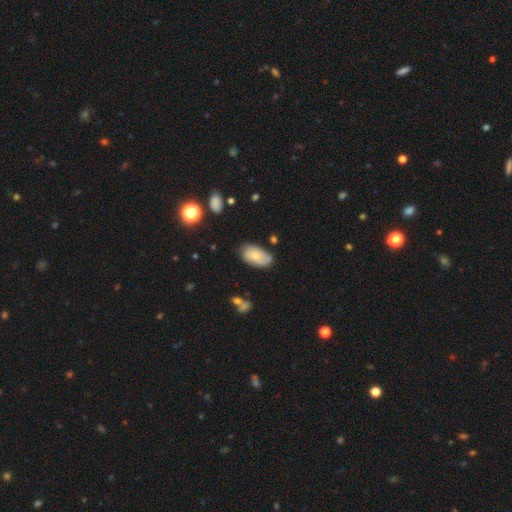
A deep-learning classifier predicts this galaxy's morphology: This is likely a smooth galaxy (65%). How rounded: clearly in between (93%). Merging: likely none (66%).